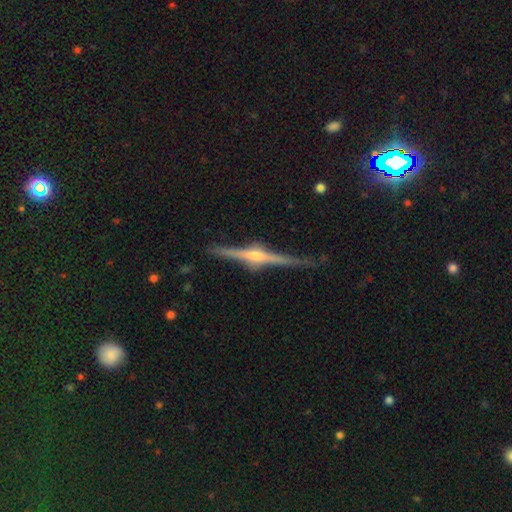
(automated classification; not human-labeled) Overall: featured or disk (84%). Edge-on disk: yes (98%). Edge-on bulge: rounded (86%). Merging: none (85%).